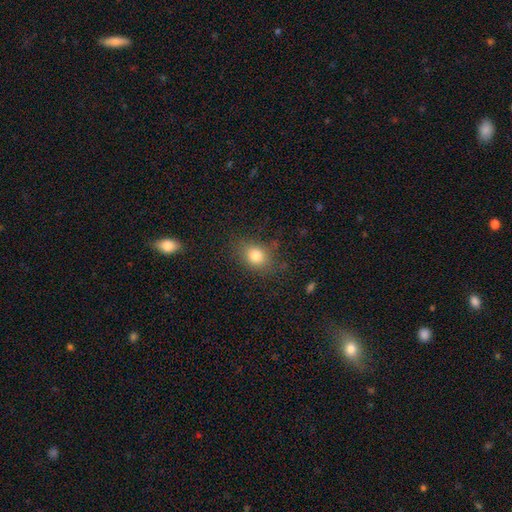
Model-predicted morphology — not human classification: A smooth galaxy with no disk features (81%) that is round (51%). Merging: none (77%).